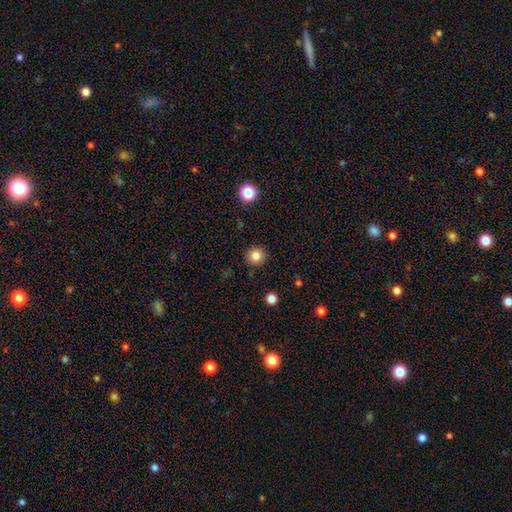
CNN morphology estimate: Q: Smooth or featured?
A: smooth (83%); runner-up: star or artifact (12%)
Q: How rounded?
A: round (93%); runner-up: in between (6%)
Q: Merging?
A: none (91%); runner-up: minor disturbance (6%)